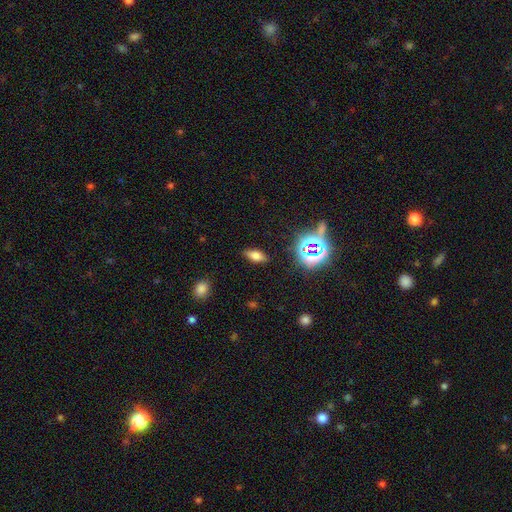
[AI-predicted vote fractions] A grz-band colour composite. It shows a smooth galaxy with no disk features (66%) that is in between round and cigar-shaped (78%). Merging: none (86%).